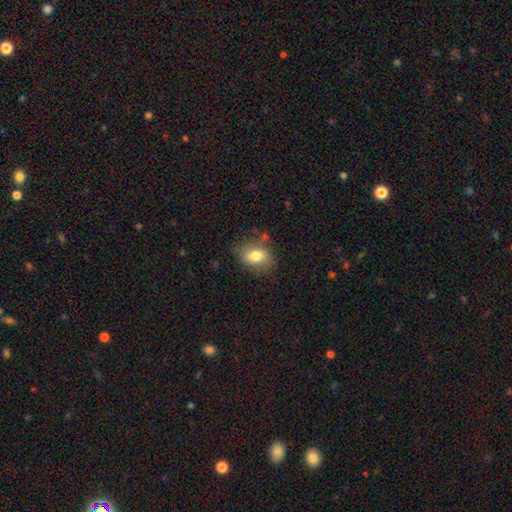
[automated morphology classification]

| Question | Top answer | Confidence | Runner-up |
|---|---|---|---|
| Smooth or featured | smooth | 75% | featured or disk (16%) |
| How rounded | in between | 71% | round (27%) |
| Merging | none | 69% | minor disturbance (21%) |